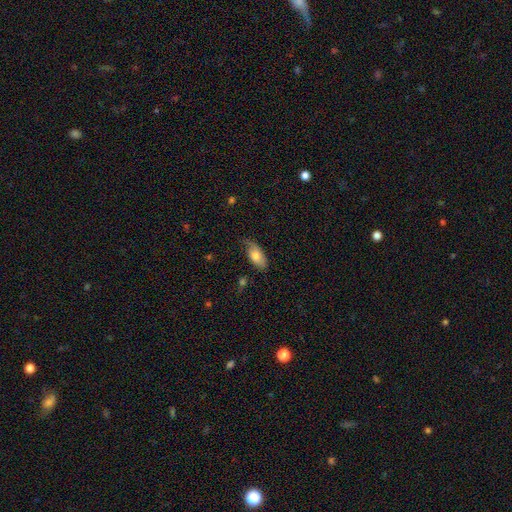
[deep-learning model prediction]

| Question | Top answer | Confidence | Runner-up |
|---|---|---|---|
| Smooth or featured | smooth | 72% | featured or disk (21%) |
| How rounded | in between | 91% | cigar-shaped (6%) |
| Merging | none | 56% | minor disturbance (33%) |